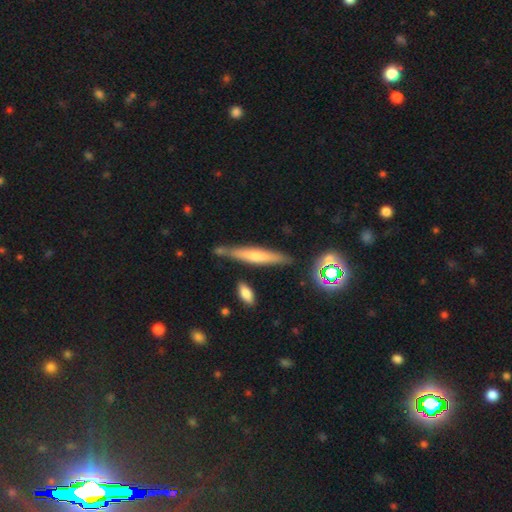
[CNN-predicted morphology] A featured or disk galaxy (54%) viewed edge-on (93%) with a rounded central bulge (65%).

Vote fractions:
- Smooth or featured? featured or disk: 54% / smooth: 31% / star or artifact: 15%
- Edge-on disk? yes: 93% / no: 7%
- Edge-on bulge? rounded: 65% / none: 25% / boxy: 10%
- Merging? none: 81% / minor disturbance: 12% / merger: 4% / major disturbance: 3%